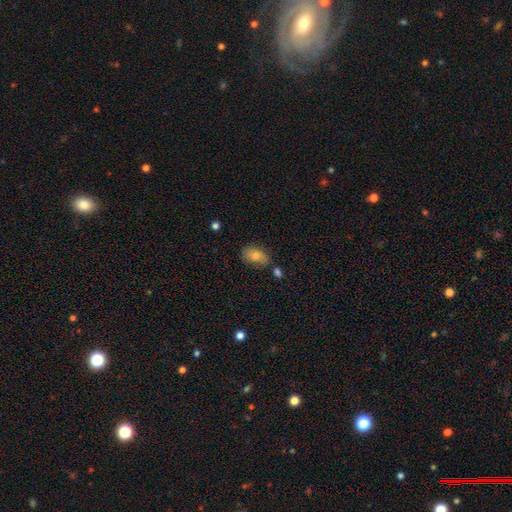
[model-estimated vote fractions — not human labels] Smooth or featured?
  - smooth: 77% *
  - featured or disk: 15%
  - star or artifact: 8%
How rounded?
  - in between: 88% *
  - round: 10%
  - cigar-shaped: 2%
Merging?
  - none: 63% *
  - minor disturbance: 23%
  - merger: 8%
  - major disturbance: 6%